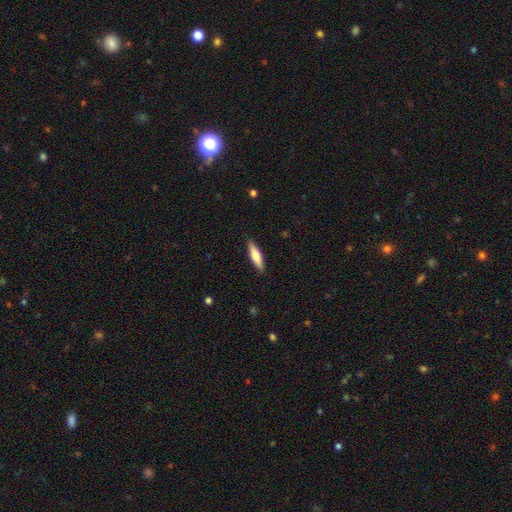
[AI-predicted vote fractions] A smooth galaxy with no disk features (65%) that is cigar-shaped (65%). Merging: none (89%).